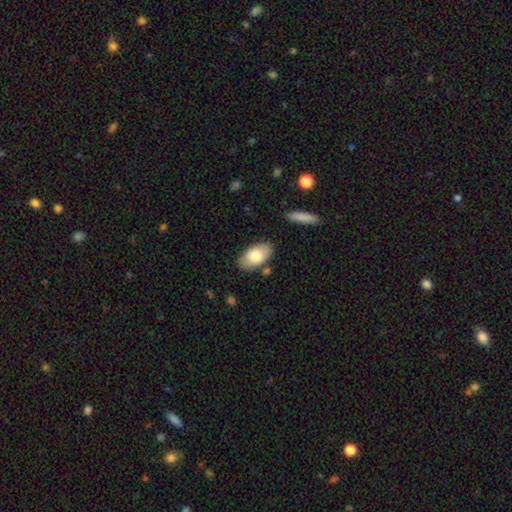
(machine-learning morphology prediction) The model was most divided on "smooth or featured": smooth: 79%, featured or disk: 15%, star or artifact: 6%. More confident: how rounded — in between (95%); merging — none (82%).